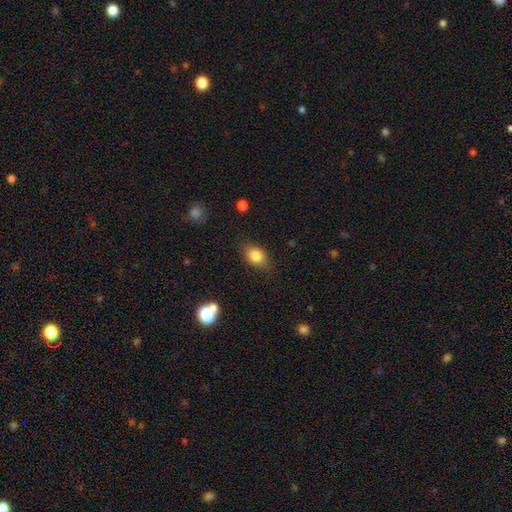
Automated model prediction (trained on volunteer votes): This is clearly a smooth galaxy (81%). How rounded: likely in between (73%). Merging: likely none (79%).